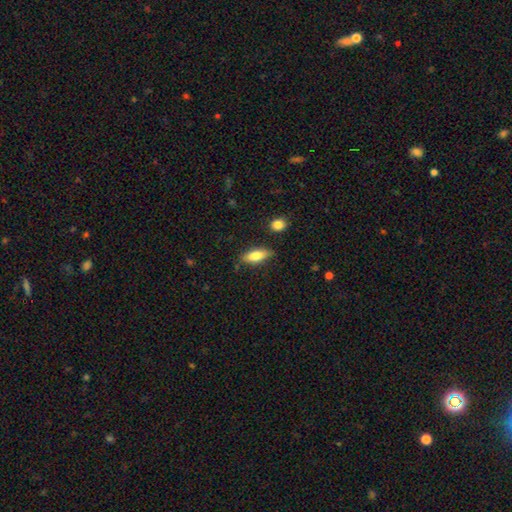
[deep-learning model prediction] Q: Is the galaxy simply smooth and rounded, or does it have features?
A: smooth — 75%.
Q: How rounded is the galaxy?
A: in between — 70%.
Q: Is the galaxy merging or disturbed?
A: none — 80%.